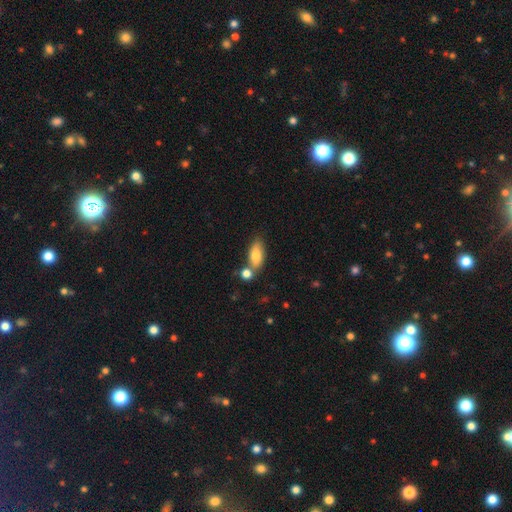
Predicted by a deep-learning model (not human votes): Overall: smooth (77%). How rounded: in between (84%). Merging: none (55%; merger 27%).